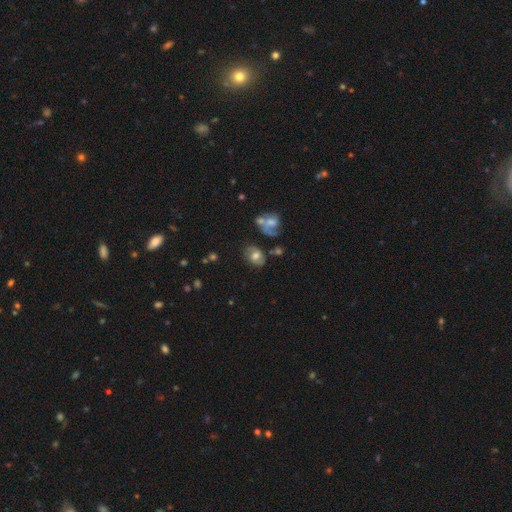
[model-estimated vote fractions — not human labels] A smooth galaxy with no disk features (52%) that is in between round and cigar-shaped (64%).

Vote fractions:
- Smooth or featured? smooth: 52% / featured or disk: 37% / star or artifact: 10%
- How rounded? in between: 64% / round: 34% / cigar-shaped: 1%
- Merging? none: 58% / minor disturbance: 22% / major disturbance: 11% / merger: 9%